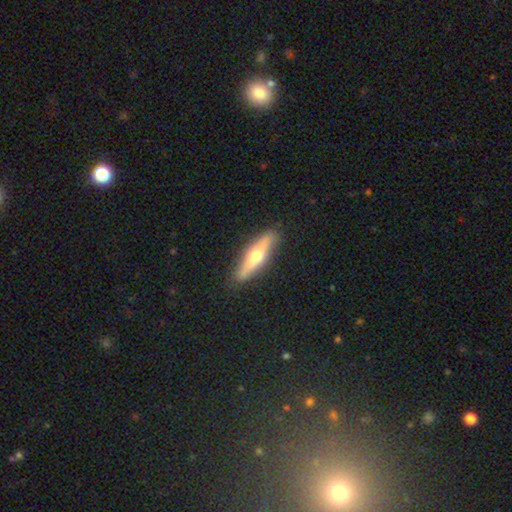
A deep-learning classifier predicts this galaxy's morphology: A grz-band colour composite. It shows a featured or disk galaxy (52%) viewed edge-on (89%). Merging: none (87%).